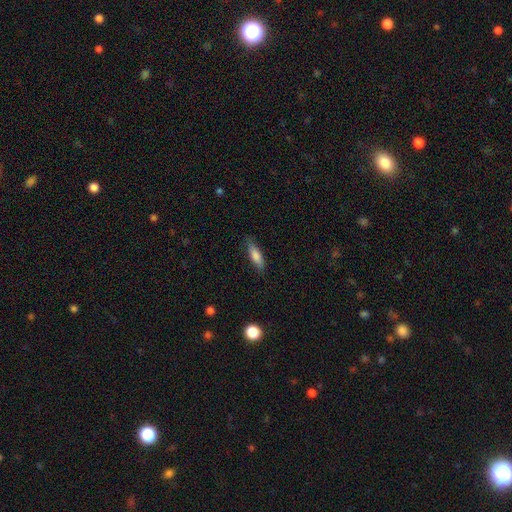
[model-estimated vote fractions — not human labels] smooth 79%, featured or disk 14%, star or artifact 7%. Down the decision tree: how rounded — cigar-shaped (53%); merging — none (81%).